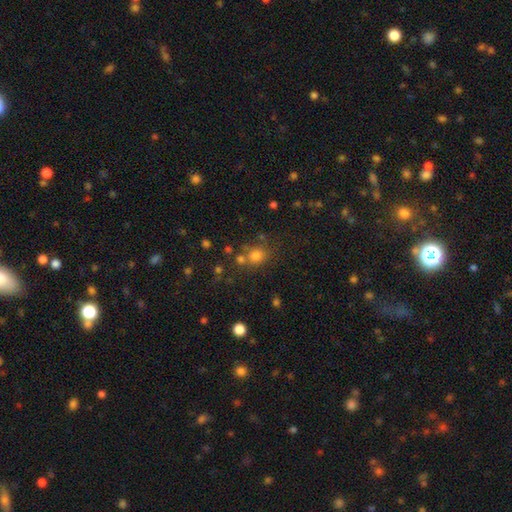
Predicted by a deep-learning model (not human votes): Smooth or featured: smooth — 75% (star or artifact — 17%)
How rounded: round — 79% (in between — 20%)
Merging: none — 65% (merger — 17%)